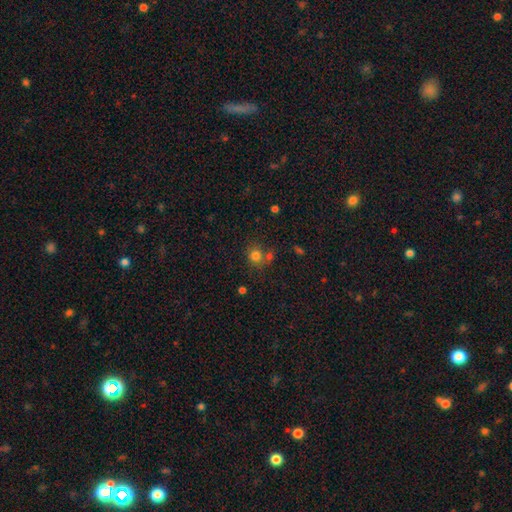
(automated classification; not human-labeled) smooth-or-featured: smooth: 78% | star or artifact: 14% | featured or disk: 8%
  how-rounded: round: 83% | in between: 16% | cigar-shaped: 1%
  merging: none: 58% | merger: 26% | minor disturbance: 11% | major disturbance: 5%